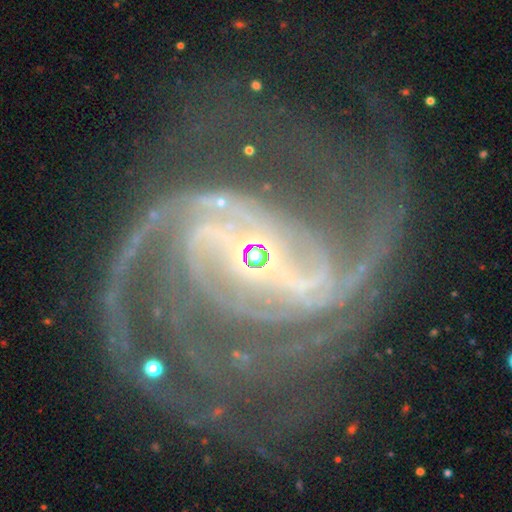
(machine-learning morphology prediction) Smooth or featured?
  - featured or disk: 91% *
  - star or artifact: 6%
  - smooth: 3%
Edge-on disk?
  - no: 98% *
  - yes: 2%
Bar?
  - strong: 47% *
  - weak: 33%
  - no: 19%
Spiral arms?
  - yes: 98% *
  - no: 2%
Spiral winding?
  - medium: 49% *
  - tight: 31%
  - loose: 20%
Spiral arm count?
  - 2: 51% *
  - 3: 15%
  - can't tell: 10%
  - 4: 9%
  - 1: 8%
  - more than 4: 8%
Bulge size?
  - small: 61% *
  - moderate: 30%
  - large: 4%
  - none: 3%
  - dominant: 2%
Merging?
  - none: 57% *
  - major disturbance: 22%
  - minor disturbance: 16%
  - merger: 4%